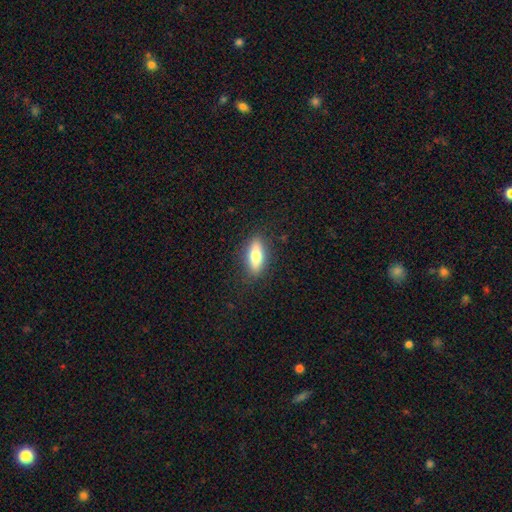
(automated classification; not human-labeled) Smooth or featured?
  - smooth: 69% *
  - featured or disk: 24%
  - star or artifact: 7%
How rounded?
  - in between: 68% *
  - cigar-shaped: 29%
  - round: 3%
Merging?
  - none: 86% *
  - minor disturbance: 10%
  - major disturbance: 3%
  - merger: 1%